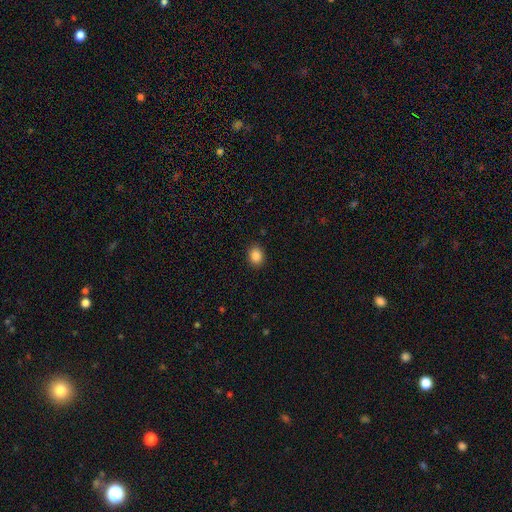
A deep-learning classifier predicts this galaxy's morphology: A smooth galaxy with no disk features (87%) that is round (52%).

Vote fractions:
- Smooth or featured? smooth: 87% / star or artifact: 10% / featured or disk: 4%
- How rounded? round: 52% / in between: 48% / cigar-shaped: 1%
- Merging? none: 90% / minor disturbance: 7% / major disturbance: 2% / merger: 1%